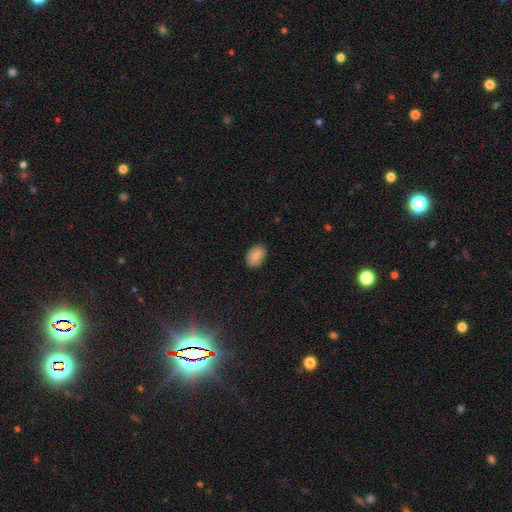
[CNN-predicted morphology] Smooth or featured: smooth — 87% (star or artifact — 8%)
How rounded: in between — 86% (round — 12%)
Merging: none — 89% (minor disturbance — 8%)